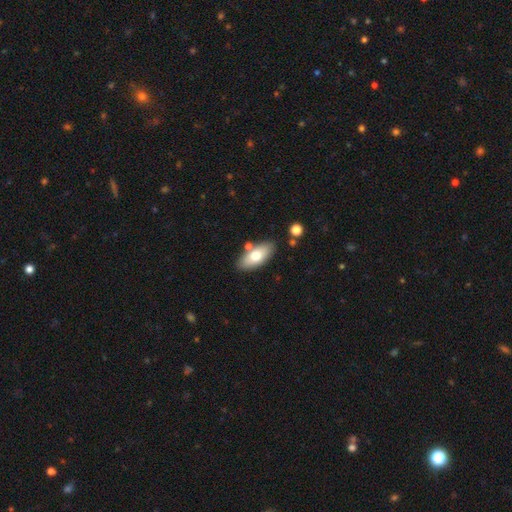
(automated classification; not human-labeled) Smooth or featured? smooth (69%)
How rounded? in between (88%)
Merging? none (80%)